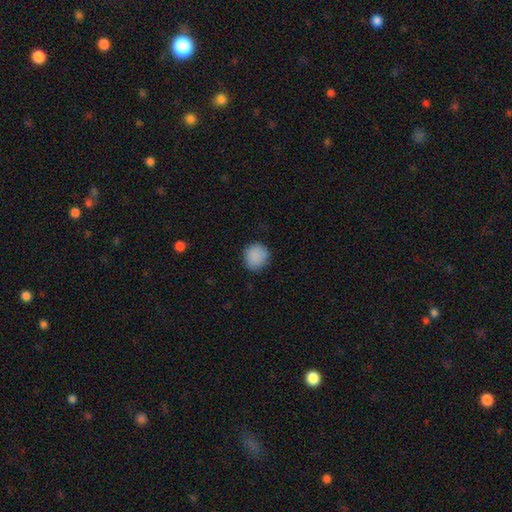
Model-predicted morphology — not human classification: Q: Smooth or featured?
A: smooth (89%); runner-up: star or artifact (8%)
Q: How rounded?
A: round (85%); runner-up: in between (14%)
Q: Merging?
A: none (85%); runner-up: minor disturbance (11%)